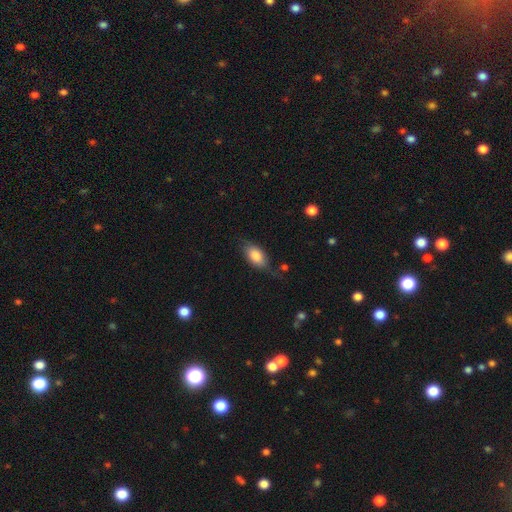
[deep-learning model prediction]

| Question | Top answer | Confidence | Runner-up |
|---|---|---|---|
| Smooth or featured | smooth | 79% | featured or disk (14%) |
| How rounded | in between | 89% | cigar-shaped (7%) |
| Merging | none | 62% | minor disturbance (26%) |